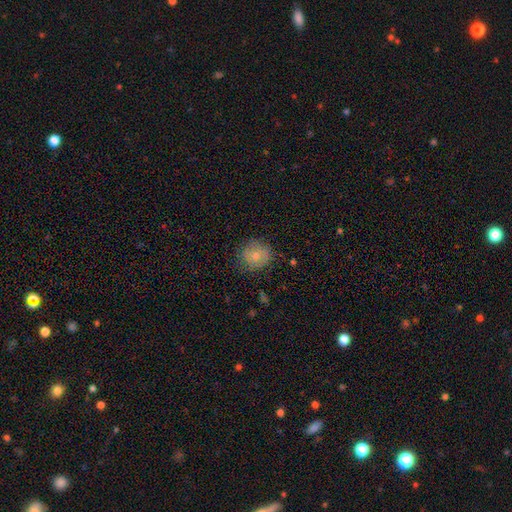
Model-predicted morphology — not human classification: Smooth or featured?
  - smooth: 72% *
  - featured or disk: 19%
  - star or artifact: 8%
How rounded?
  - round: 83% *
  - in between: 16%
  - cigar-shaped: 1%
Merging?
  - none: 75% *
  - minor disturbance: 18%
  - major disturbance: 5%
  - merger: 1%